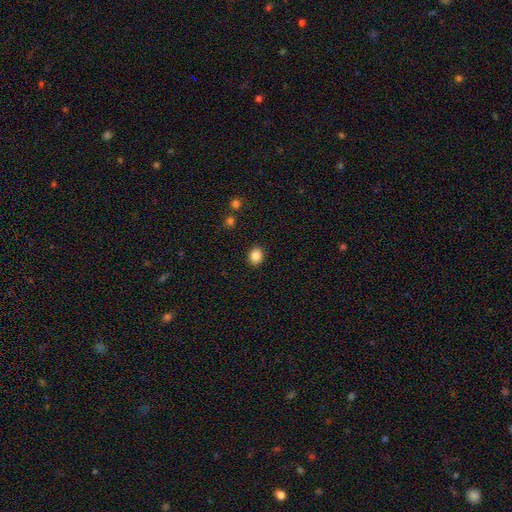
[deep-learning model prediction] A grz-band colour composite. It shows a smooth galaxy with no disk features (86%) that is round (63%). Merging: none (90%).